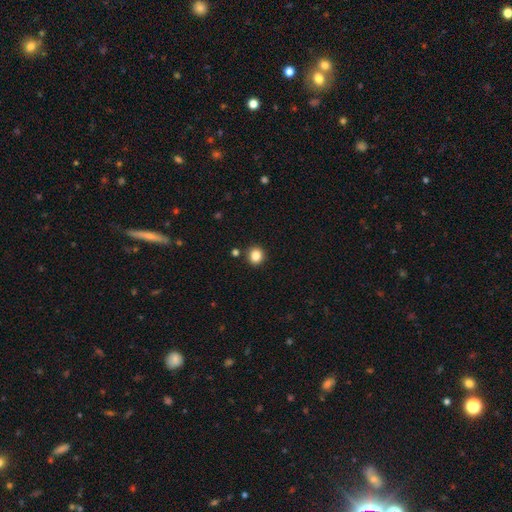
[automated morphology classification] Smooth or featured?
  - smooth: 86% *
  - star or artifact: 11%
  - featured or disk: 4%
How rounded?
  - round: 86% *
  - in between: 13%
  - cigar-shaped: 1%
Merging?
  - none: 89% *
  - minor disturbance: 6%
  - merger: 3%
  - major disturbance: 2%